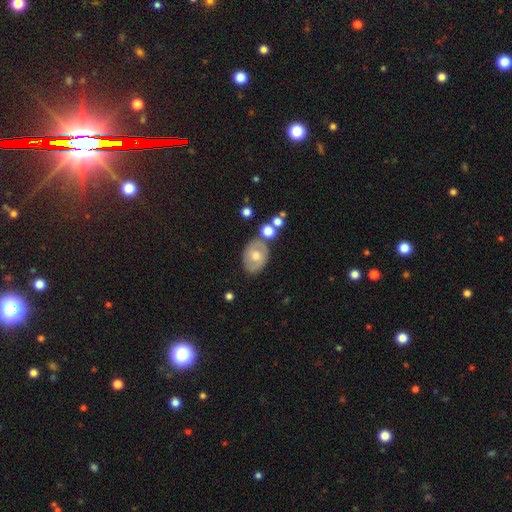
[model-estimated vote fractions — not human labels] smooth-or-featured: smooth: 49% | featured or disk: 42% | star or artifact: 9%
  merging: none: 69% | minor disturbance: 15% | merger: 11% | major disturbance: 5%